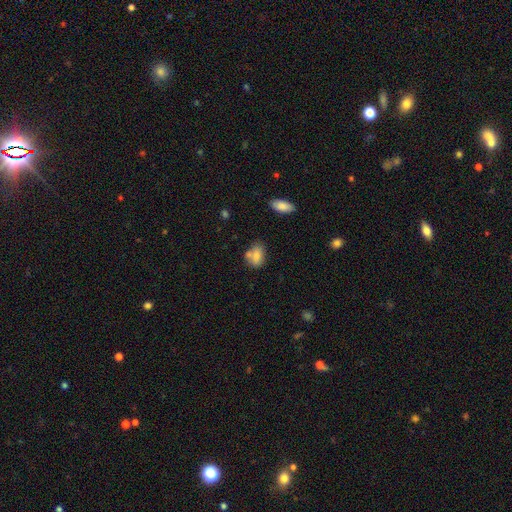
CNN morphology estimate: smooth 77%, featured or disk 14%, star or artifact 9%. Down the decision tree: how rounded — in between (81%); merging — none (53%).